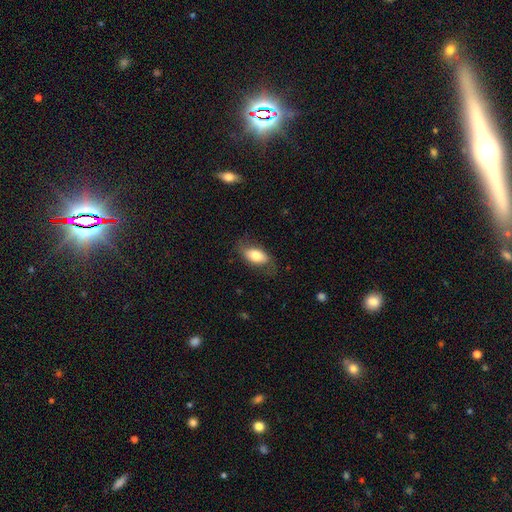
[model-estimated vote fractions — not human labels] Smooth or featured? Predicted: smooth (p=0.73). How rounded? Predicted: in between (p=0.89). Merging? Predicted: none (p=0.71).